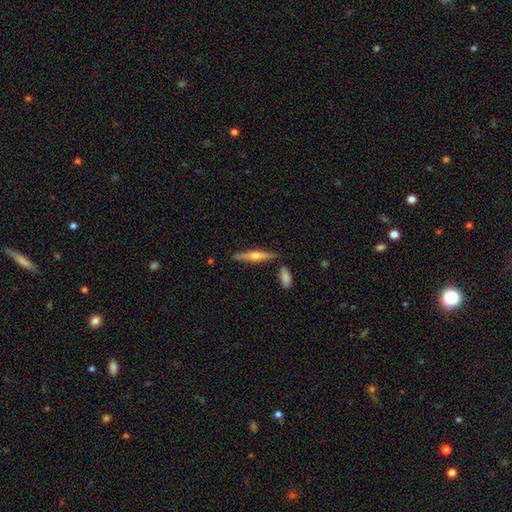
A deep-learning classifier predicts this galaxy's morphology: Smooth or featured: featured or disk — 56% (smooth — 38%)
Edge-on disk: yes — 96% (no — 4%)
Edge-on bulge: rounded — 90% (none — 6%)
Merging: none — 84% (minor disturbance — 9%)